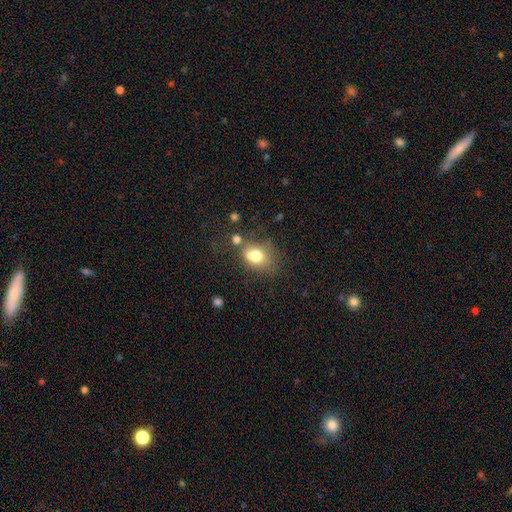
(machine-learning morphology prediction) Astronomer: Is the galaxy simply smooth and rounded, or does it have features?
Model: smooth — 73%.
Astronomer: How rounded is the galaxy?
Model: in between — 56% (runner-up: round, 42%).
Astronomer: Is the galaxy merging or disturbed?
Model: none — 44% (runner-up: merger, 23%).